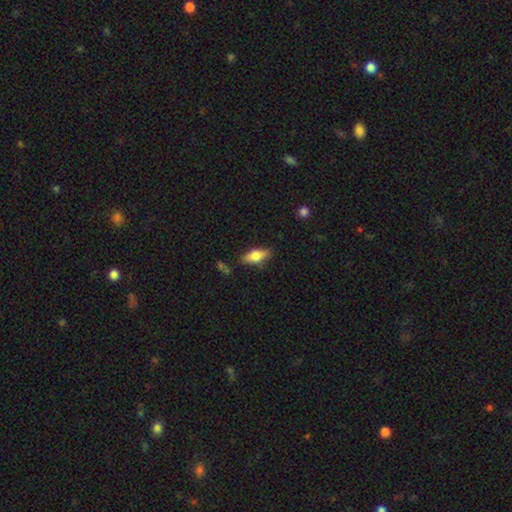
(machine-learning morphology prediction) Overall: smooth (66%; featured or disk 27%). How rounded: in between (73%). Merging: none (79%).